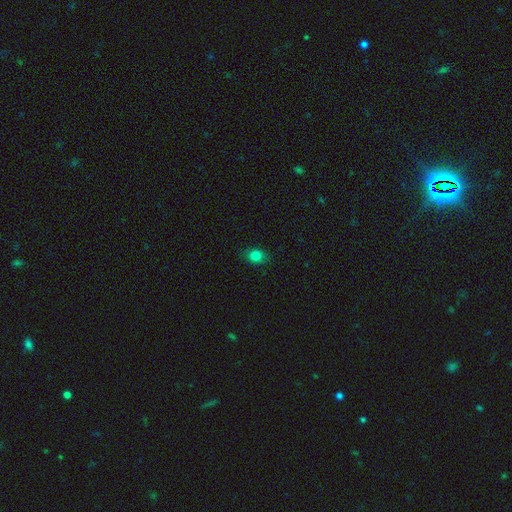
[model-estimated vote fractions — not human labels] Morphology: type=smooth (82%); roundness=in between (55%); merging=none (83%).